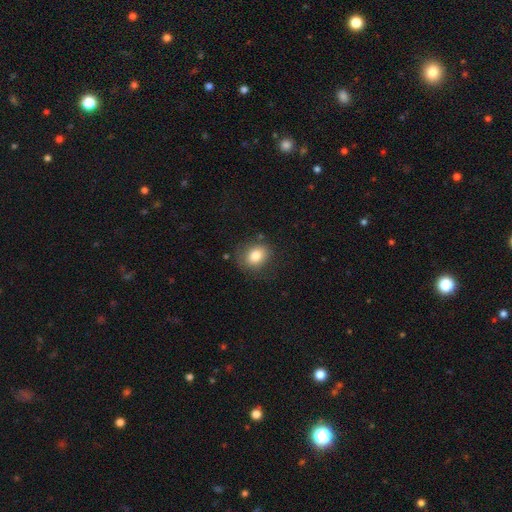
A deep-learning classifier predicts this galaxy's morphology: Overall: smooth (80%). How rounded: round (55%; in between 44%). Merging: none (76%).